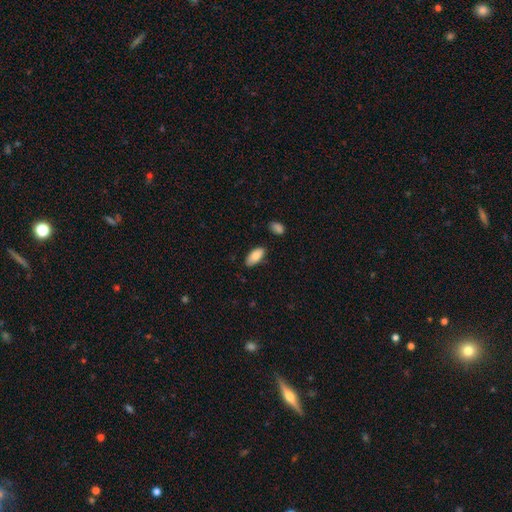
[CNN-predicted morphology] Smooth or featured: smooth — 84% (featured or disk — 10%)
How rounded: in between — 93% (cigar-shaped — 5%)
Merging: none — 80% (minor disturbance — 15%)